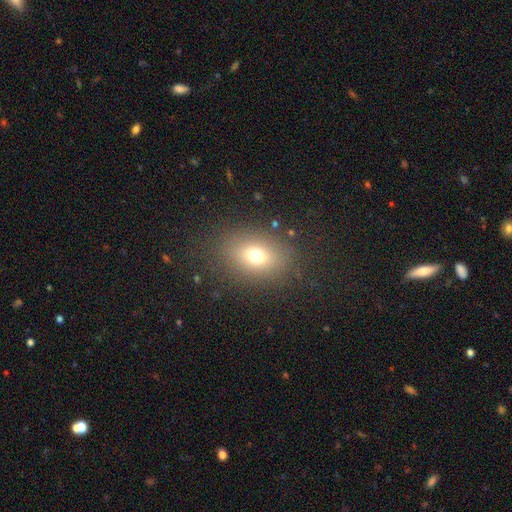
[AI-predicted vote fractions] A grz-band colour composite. It shows a smooth galaxy with no disk features (71%) that is in between round and cigar-shaped (60%). Merging: none (83%).